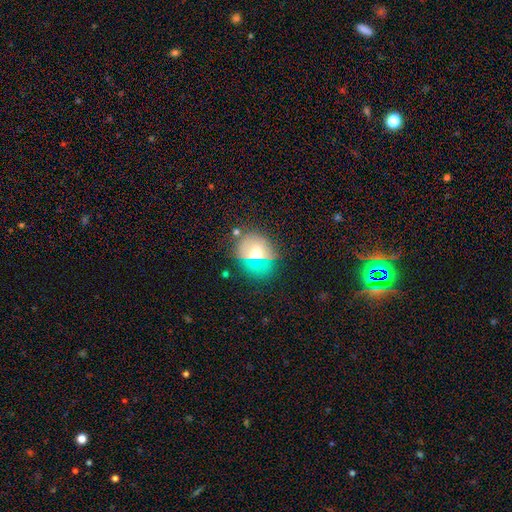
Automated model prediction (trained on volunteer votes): Smooth or featured? smooth (55%)
How rounded? round (64%)
Merging? none (73%)